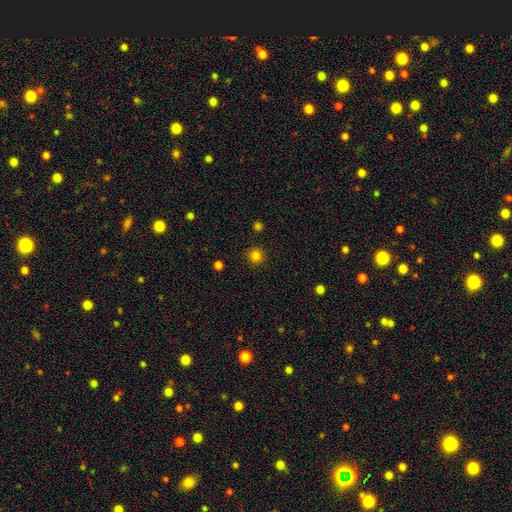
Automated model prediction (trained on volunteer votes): Smooth or featured: smooth — 82% (star or artifact — 14%)
How rounded: round — 94% (in between — 5%)
Merging: none — 91% (minor disturbance — 5%)